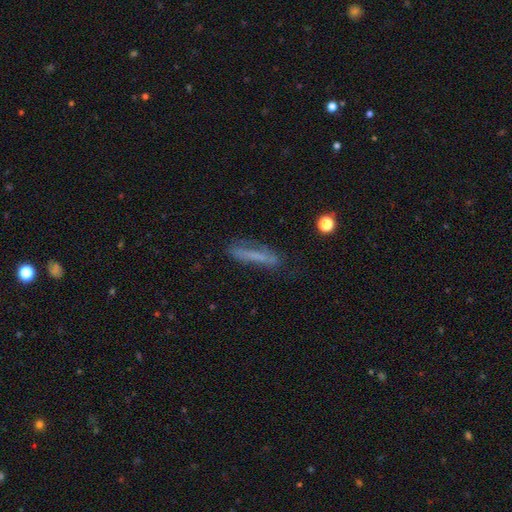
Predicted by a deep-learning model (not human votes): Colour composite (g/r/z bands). It shows a smooth galaxy with no disk features (55%) that is cigar-shaped (86%). Merging: none (66%).